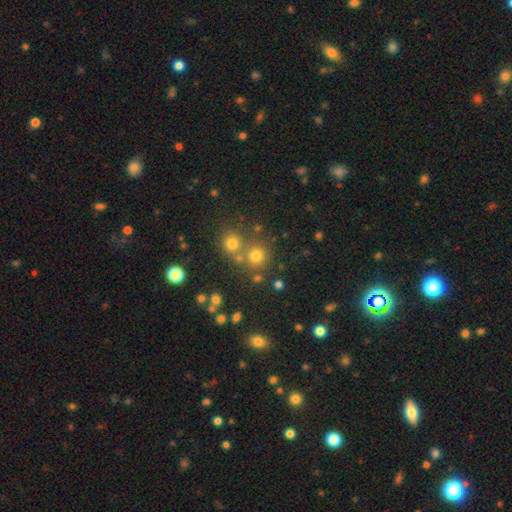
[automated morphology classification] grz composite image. It shows a smooth galaxy with no disk features (72%) that is round (90%). Merging: none (66%).